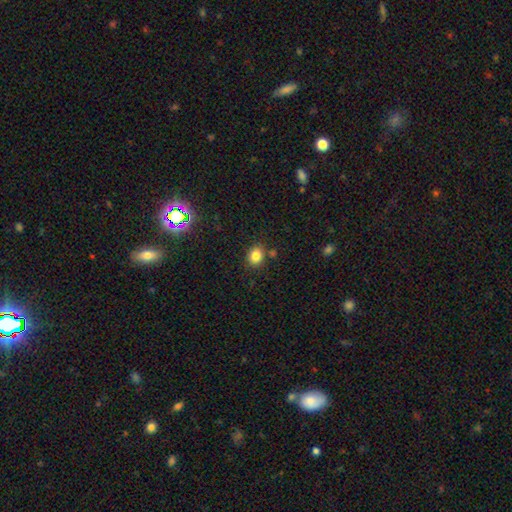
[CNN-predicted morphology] smooth_or_featured: smooth (p=0.82) [alt: star or artifact p=0.12]
how_rounded: round (p=0.60) [alt: in between p=0.39]
merging: none (p=0.81) [alt: minor disturbance p=0.10]